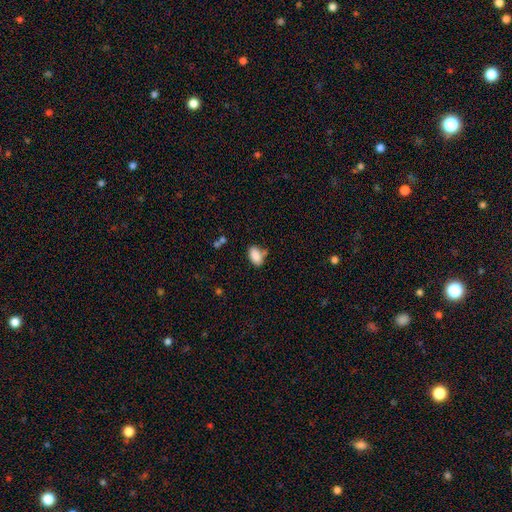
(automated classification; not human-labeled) smooth 87%, star or artifact 8%, featured or disk 6%. Down the decision tree: how rounded — in between (92%); merging — none (64%).